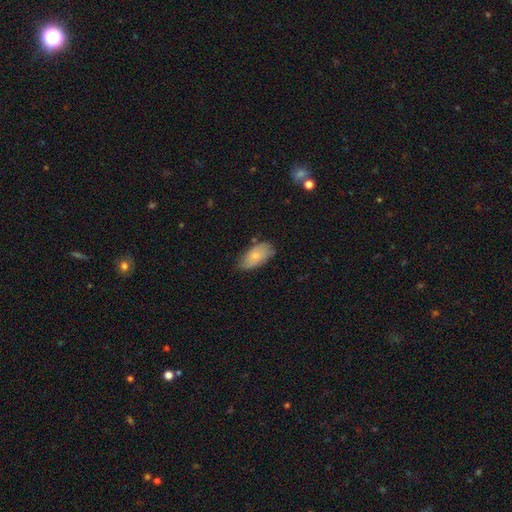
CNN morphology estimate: smooth-or-featured: smooth: 74% | featured or disk: 20% | star or artifact: 6%
  how-rounded: in between: 93% | cigar-shaped: 4% | round: 3%
  merging: none: 69% | minor disturbance: 24% | major disturbance: 5% | merger: 2%